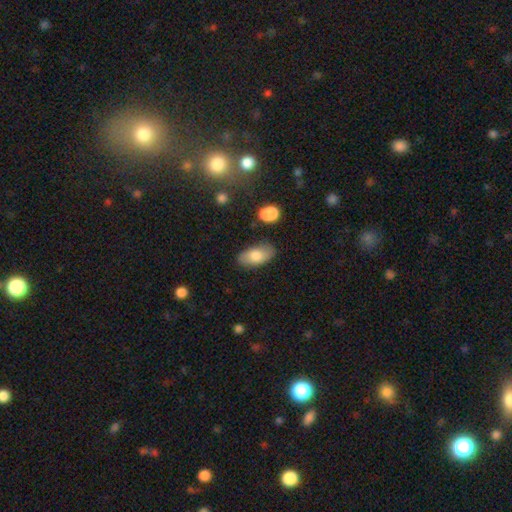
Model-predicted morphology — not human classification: A smooth galaxy with no disk features (77%) that is in between round and cigar-shaped (93%). Merging: none (81%).